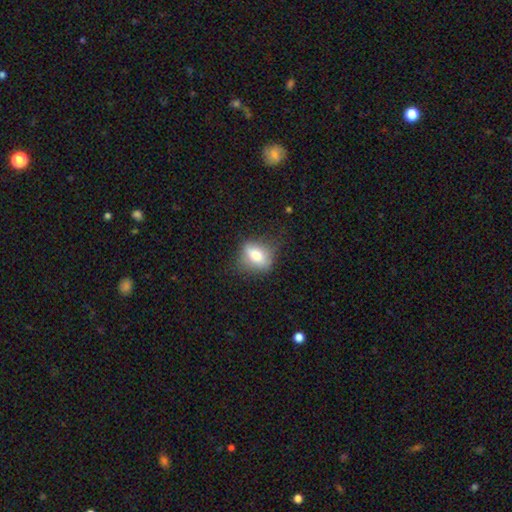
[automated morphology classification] Overall: smooth (66%). How rounded: in between (62%; round 33%). Merging: none (71%).